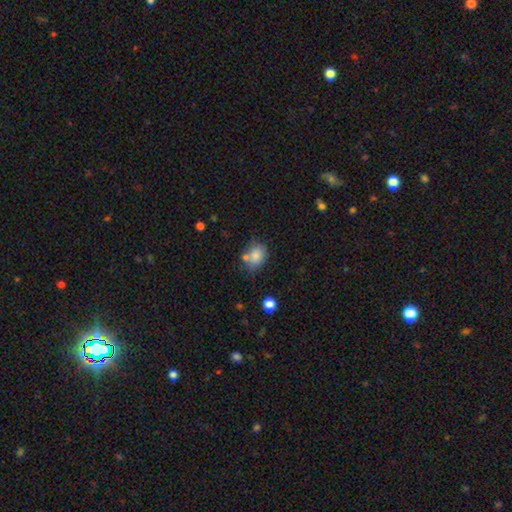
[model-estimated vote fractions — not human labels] A smooth galaxy with no disk features (83%) that is in between round and cigar-shaped (56%). Merging: none (62%).